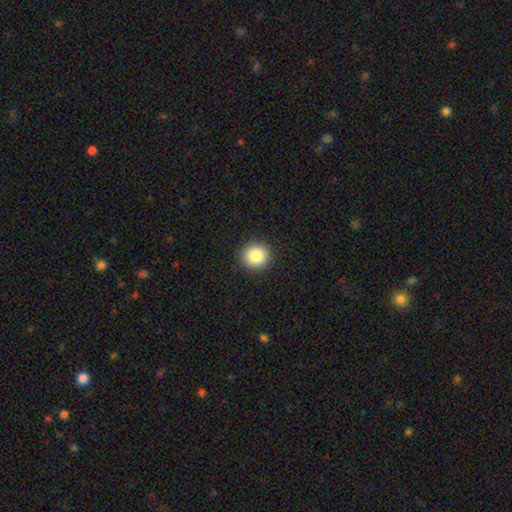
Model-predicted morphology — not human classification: Overall: smooth (85%). How rounded: round (85%). Merging: none (91%).